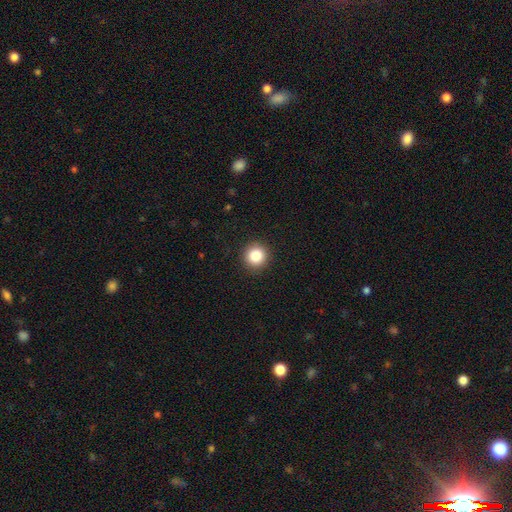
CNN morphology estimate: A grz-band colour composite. It shows a smooth galaxy with no disk features (86%) that is round (94%). Merging: none (92%).